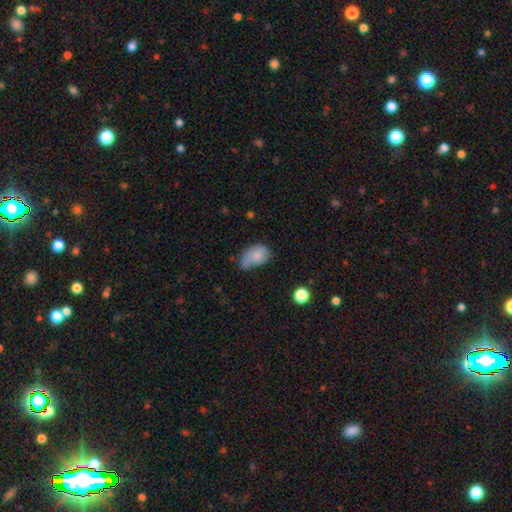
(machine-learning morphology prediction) smooth 75%, featured or disk 17%, star or artifact 9%. Down the decision tree: how rounded — in between (86%); merging — minor disturbance (40%).